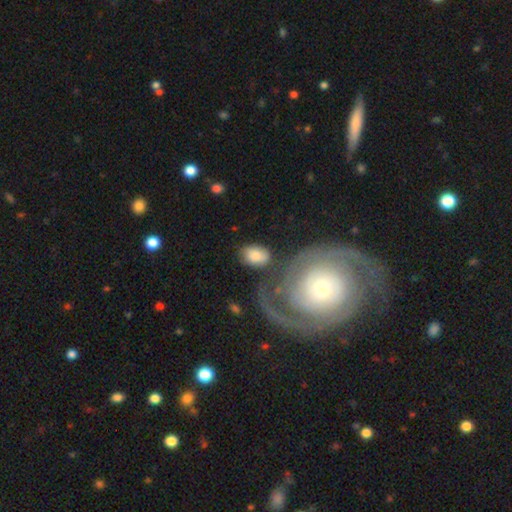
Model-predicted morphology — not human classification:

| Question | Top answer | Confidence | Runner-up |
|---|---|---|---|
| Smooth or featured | smooth | 76% | featured or disk (18%) |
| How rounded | in between | 82% | round (16%) |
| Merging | none | 60% | minor disturbance (19%) |